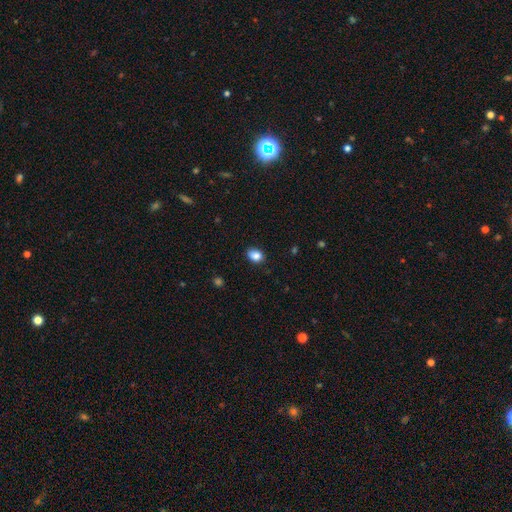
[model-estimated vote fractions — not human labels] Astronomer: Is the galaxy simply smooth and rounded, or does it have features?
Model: smooth — 86%.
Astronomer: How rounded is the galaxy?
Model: in between — 72%.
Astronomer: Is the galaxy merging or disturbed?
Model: none — 82%.